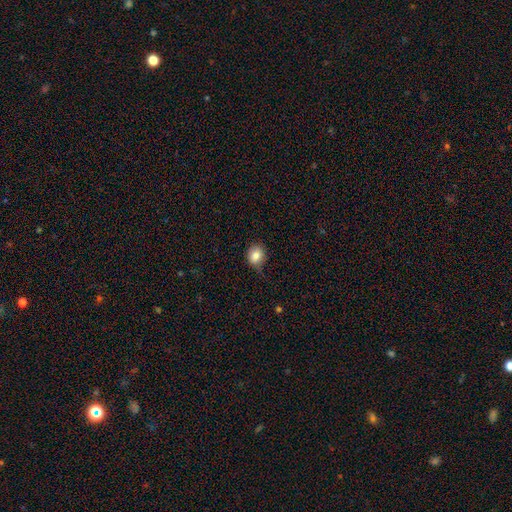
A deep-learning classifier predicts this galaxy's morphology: A smooth galaxy with no disk features (82%) that is round (71%).

Vote fractions:
- Smooth or featured? smooth: 82% / star or artifact: 10% / featured or disk: 8%
- How rounded? round: 71% / in between: 28% / cigar-shaped: 1%
- Merging? none: 64% / minor disturbance: 27% / major disturbance: 7% / merger: 2%